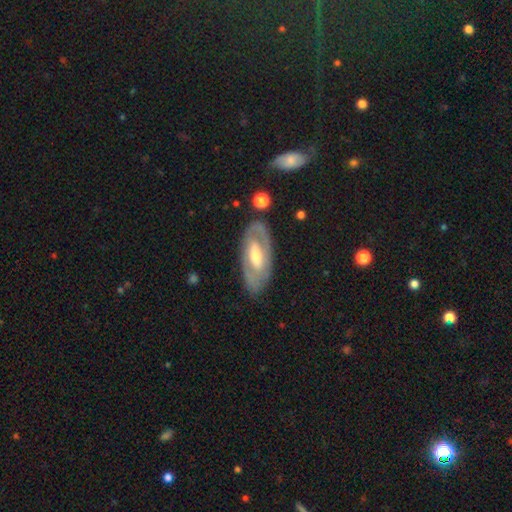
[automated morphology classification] featured or disk 71%, smooth 24%, star or artifact 5%. Down the decision tree: edge-on disk — no (88%); bar — weak (37%); spiral arms — yes (51%); bulge size — moderate (60%); merging — none (80%).